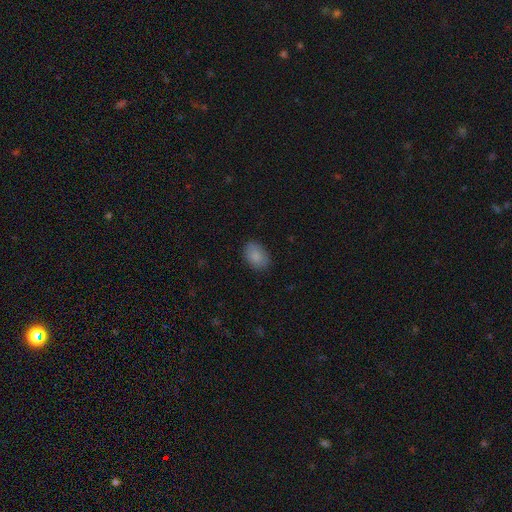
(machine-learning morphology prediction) Q: Smooth or featured?
A: smooth (87%); runner-up: star or artifact (7%)
Q: How rounded?
A: in between (81%); runner-up: round (18%)
Q: Merging?
A: none (84%); runner-up: minor disturbance (12%)